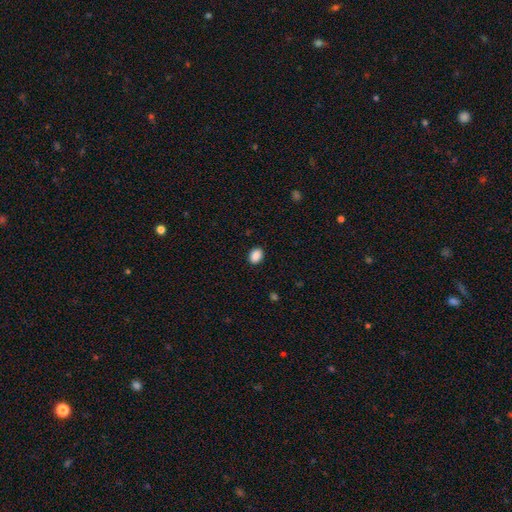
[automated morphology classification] A smooth galaxy with no disk features (89%) that is in between round and cigar-shaped (64%).

Vote fractions:
- Smooth or featured? smooth: 89% / star or artifact: 8% / featured or disk: 2%
- How rounded? in between: 64% / round: 35% / cigar-shaped: 1%
- Merging? none: 90% / minor disturbance: 7% / major disturbance: 2% / merger: 1%